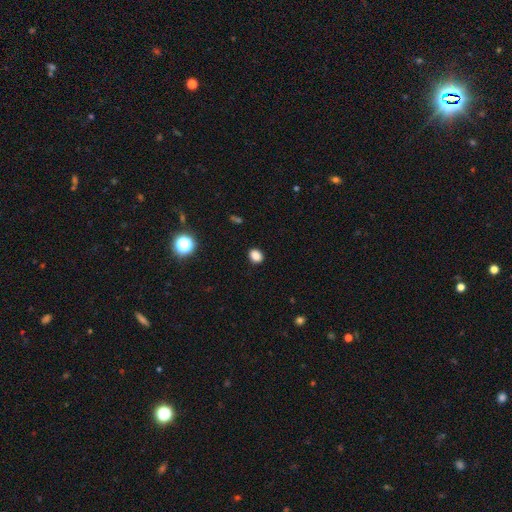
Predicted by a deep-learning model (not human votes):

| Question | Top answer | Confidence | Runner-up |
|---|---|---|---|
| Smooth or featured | smooth | 86% | star or artifact (11%) |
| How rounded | in between | 52% | round (47%) |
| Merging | none | 89% | minor disturbance (8%) |